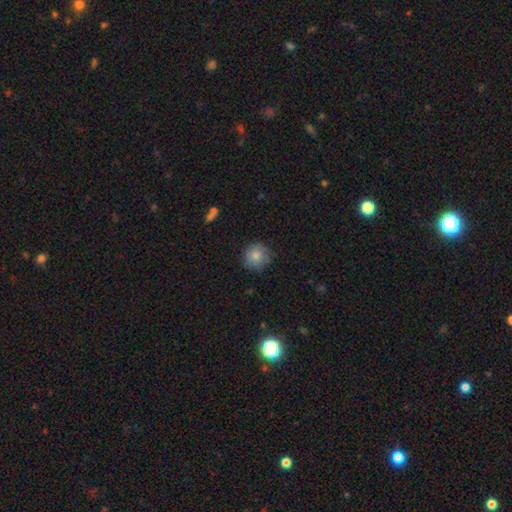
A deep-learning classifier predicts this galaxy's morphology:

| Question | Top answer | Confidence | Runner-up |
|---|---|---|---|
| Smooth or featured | smooth | 82% | featured or disk (10%) |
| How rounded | round | 93% | in between (6%) |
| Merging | none | 85% | minor disturbance (12%) |